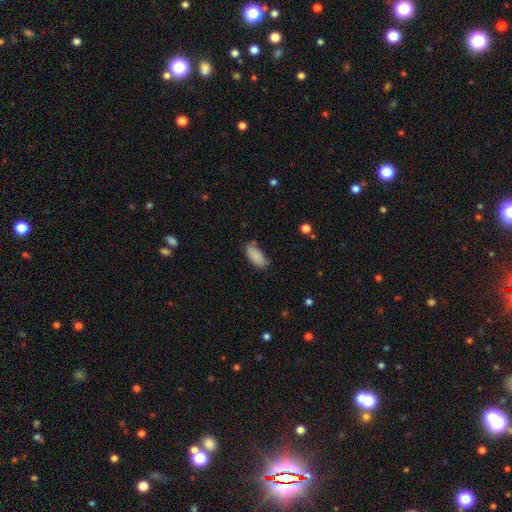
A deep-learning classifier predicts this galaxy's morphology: This appears to be a smooth galaxy with no disk features (88%) that is in between round and cigar-shaped (86%). Merging: none (73%).